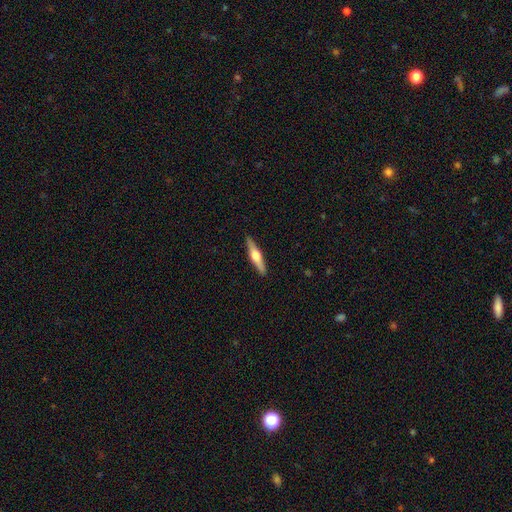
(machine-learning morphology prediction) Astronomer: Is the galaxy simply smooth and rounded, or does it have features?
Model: featured or disk — 61%.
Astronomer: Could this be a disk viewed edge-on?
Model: yes — 97%.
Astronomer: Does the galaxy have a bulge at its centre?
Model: rounded — 94%.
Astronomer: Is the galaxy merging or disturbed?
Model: none — 91%.